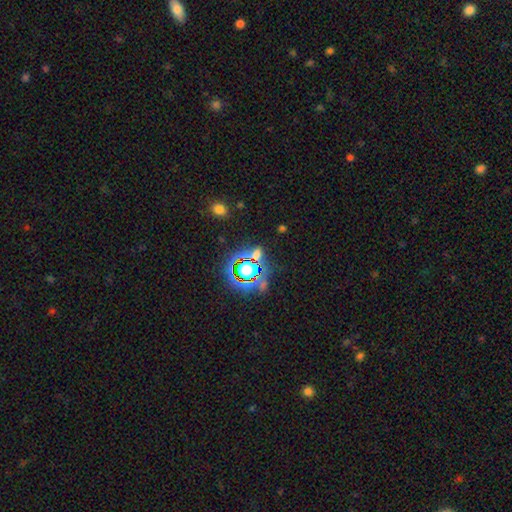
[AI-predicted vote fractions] Smooth or featured? Predicted: star or artifact (p=0.64).